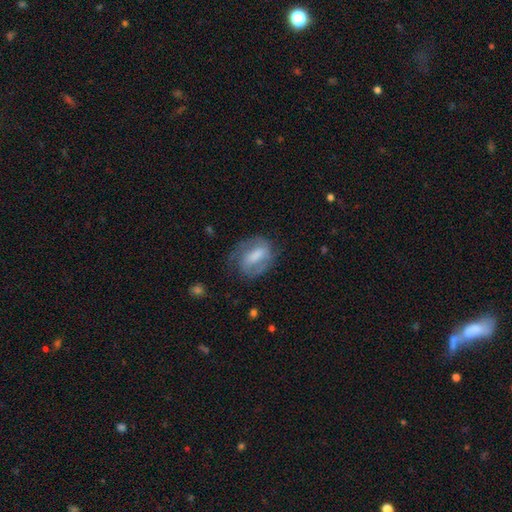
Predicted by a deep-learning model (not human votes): smooth_or_featured: featured or disk (p=0.58) [alt: smooth p=0.34]
disk_edge_on: no (p=0.96) [alt: yes p=0.04]
bar: weak (p=0.43) [alt: strong p=0.34]
has_spiral_arms: yes (p=0.79) [alt: no p=0.21]
bulge_size: moderate (p=0.32) [alt: large p=0.23]
merging: none (p=0.58) [alt: minor disturbance p=0.24]